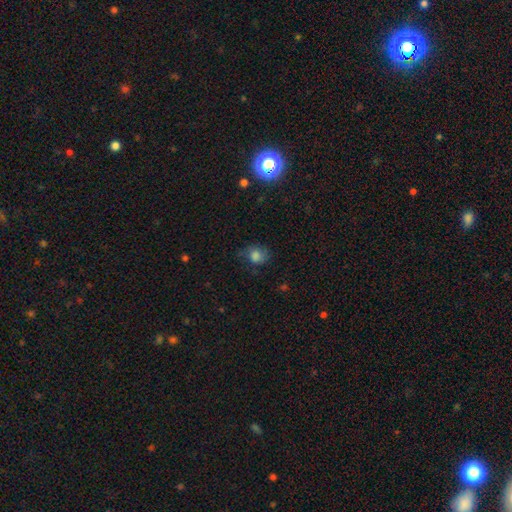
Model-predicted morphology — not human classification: Smooth or featured?
  - smooth: 80% *
  - star or artifact: 12%
  - featured or disk: 9%
How rounded?
  - round: 64% *
  - in between: 35%
  - cigar-shaped: 1%
Merging?
  - none: 58% *
  - minor disturbance: 27%
  - major disturbance: 13%
  - merger: 2%